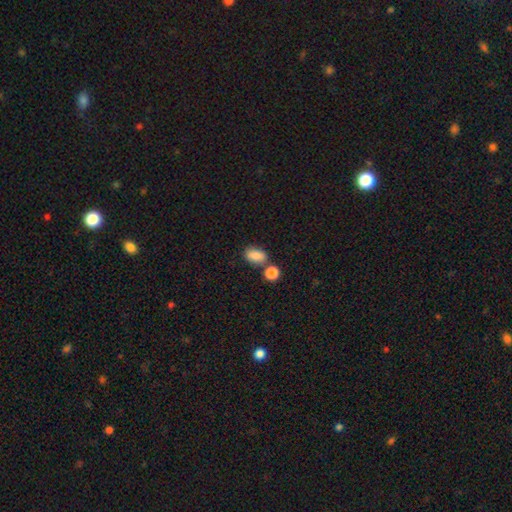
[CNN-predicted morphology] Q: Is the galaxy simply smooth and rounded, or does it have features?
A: smooth — 85%.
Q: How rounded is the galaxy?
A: in between — 84%.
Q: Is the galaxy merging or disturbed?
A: none — 61%.